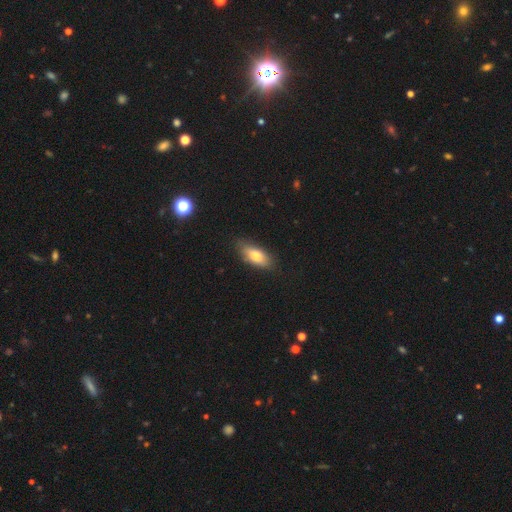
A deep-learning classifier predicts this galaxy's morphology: This is likely a smooth galaxy (75%). How rounded: likely in between (79%). Merging: clearly none (81%).